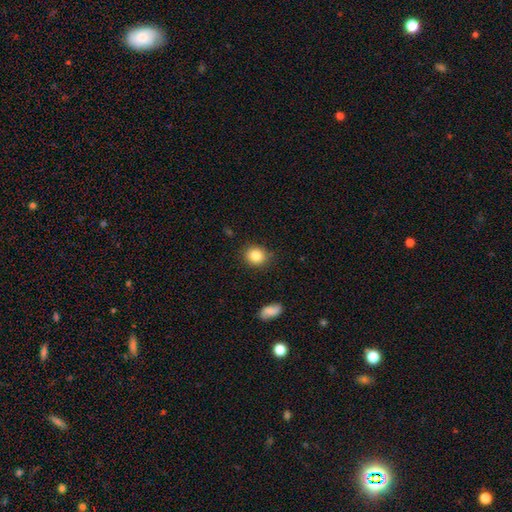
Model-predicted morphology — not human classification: A smooth galaxy with no disk features (85%) that is round (76%).

Vote fractions:
- Smooth or featured? smooth: 85% / star or artifact: 9% / featured or disk: 6%
- How rounded? round: 76% / in between: 23% / cigar-shaped: 1%
- Merging? none: 85% / minor disturbance: 11% / major disturbance: 3% / merger: 2%